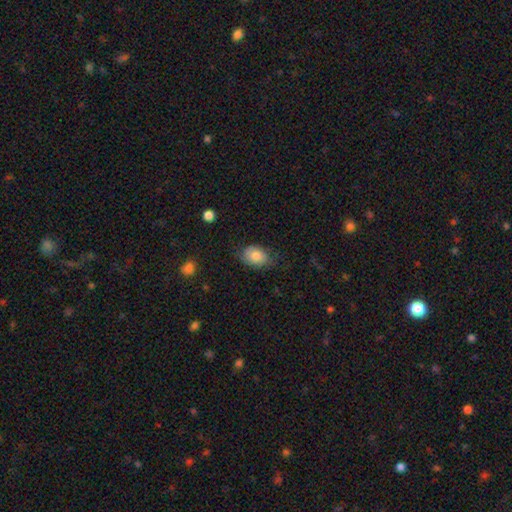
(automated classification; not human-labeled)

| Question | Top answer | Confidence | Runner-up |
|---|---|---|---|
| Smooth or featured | smooth | 77% | featured or disk (15%) |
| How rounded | in between | 77% | round (22%) |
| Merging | none | 62% | minor disturbance (28%) |